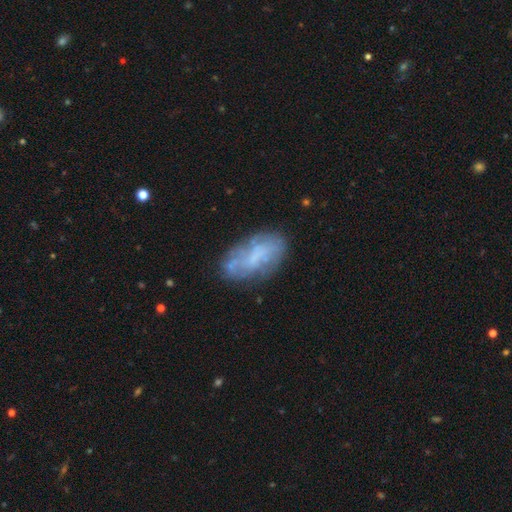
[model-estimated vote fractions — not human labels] This appears to be a featured or disk galaxy (47%). Merging: none (64%).